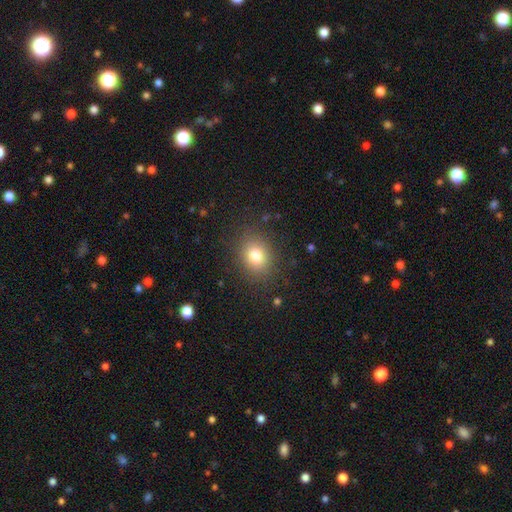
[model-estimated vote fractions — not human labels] This appears to be a smooth galaxy with no disk features (79%) that is round (58%). Merging: none (85%).